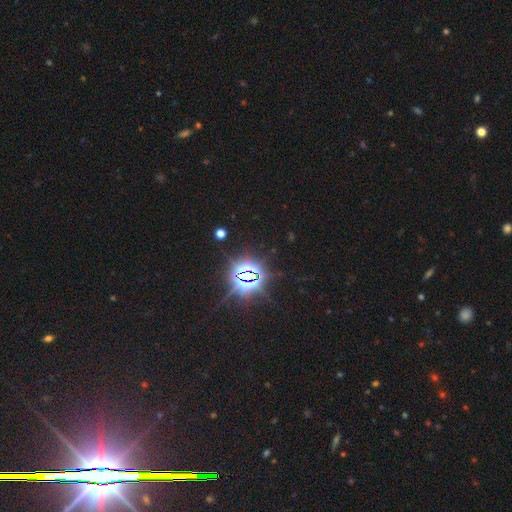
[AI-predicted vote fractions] smooth-or-featured: star or artifact: 84% | smooth: 10% | featured or disk: 6%